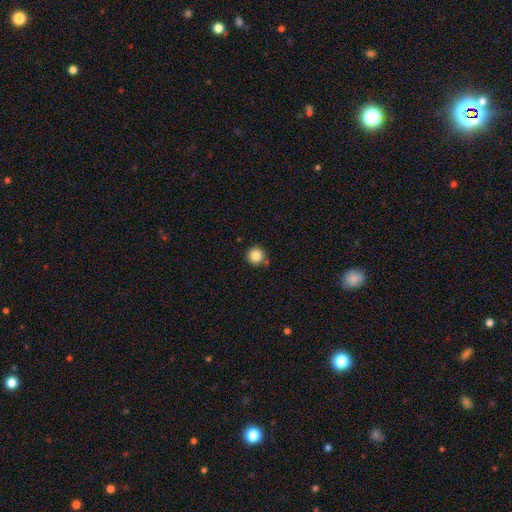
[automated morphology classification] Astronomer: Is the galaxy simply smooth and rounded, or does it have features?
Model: smooth — 85%.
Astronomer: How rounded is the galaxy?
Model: round — 95%.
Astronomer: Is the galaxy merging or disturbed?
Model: none — 80%.